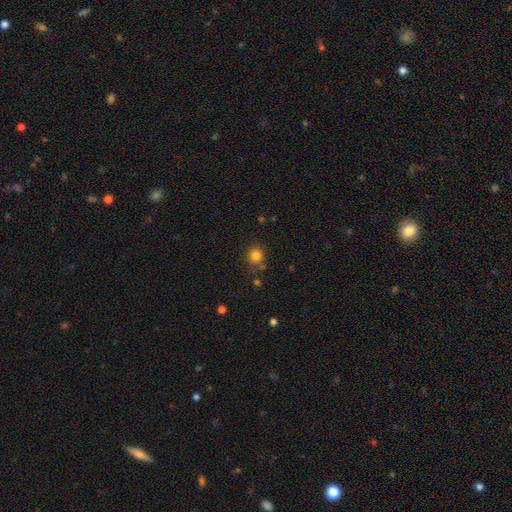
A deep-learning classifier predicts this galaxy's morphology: smooth_or_featured: smooth (p=0.81) [alt: star or artifact p=0.13]
how_rounded: round (p=0.90) [alt: in between p=0.09]
merging: none (p=0.78) [alt: minor disturbance p=0.12]